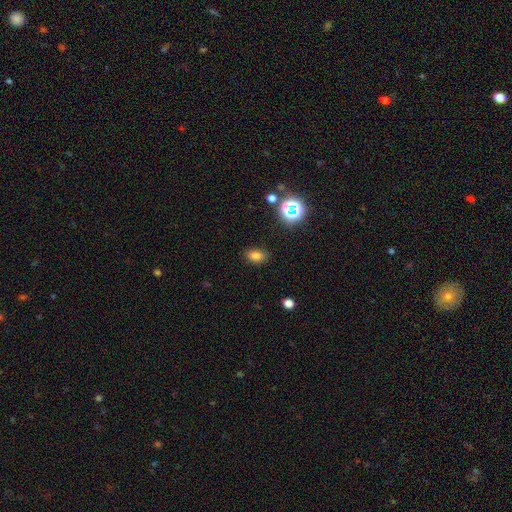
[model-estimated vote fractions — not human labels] Smooth or featured: smooth — 77% (star or artifact — 17%)
How rounded: in between — 81% (round — 17%)
Merging: none — 85% (minor disturbance — 10%)